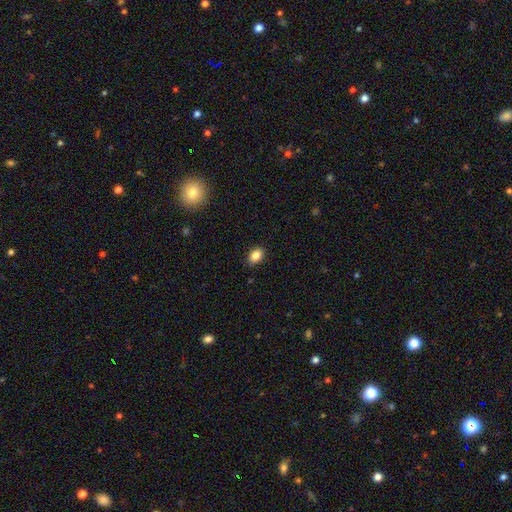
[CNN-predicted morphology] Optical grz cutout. It shows a smooth galaxy with no disk features (85%) that is in between round and cigar-shaped (78%). Merging: none (86%).